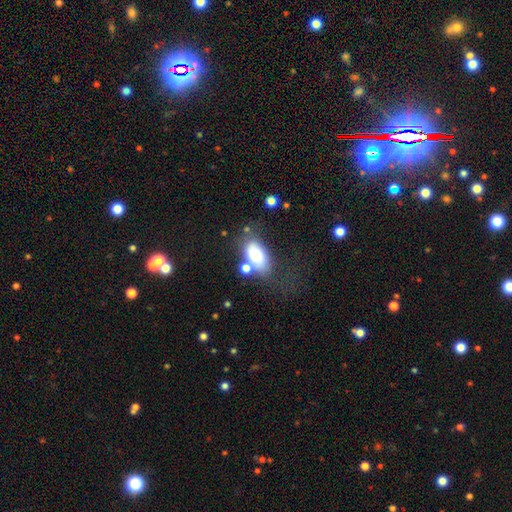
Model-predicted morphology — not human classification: Smooth or featured: smooth — 68% (featured or disk — 23%)
How rounded: in between — 90% (round — 7%)
Merging: none — 46% (minor disturbance — 21%)